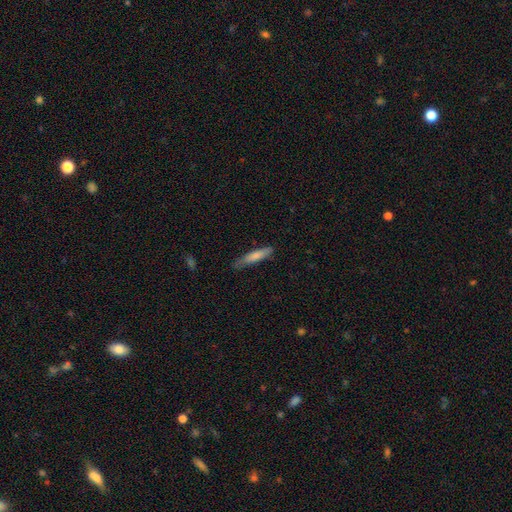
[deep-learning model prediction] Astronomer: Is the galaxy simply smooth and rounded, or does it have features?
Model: smooth — 77%.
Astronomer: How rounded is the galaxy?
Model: cigar-shaped — 85%.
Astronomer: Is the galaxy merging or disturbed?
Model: none — 73%.